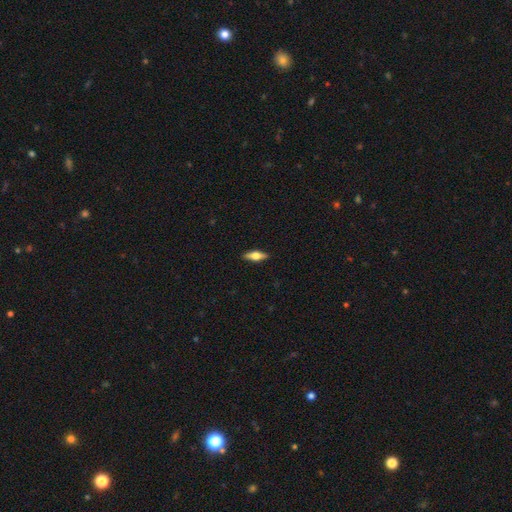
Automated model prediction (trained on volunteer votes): Smooth or featured?
  - featured or disk: 51% *
  - smooth: 42%
  - star or artifact: 7%
Edge-on disk?
  - yes: 93% *
  - no: 7%
Merging?
  - none: 89% *
  - minor disturbance: 8%
  - major disturbance: 2%
  - merger: 1%